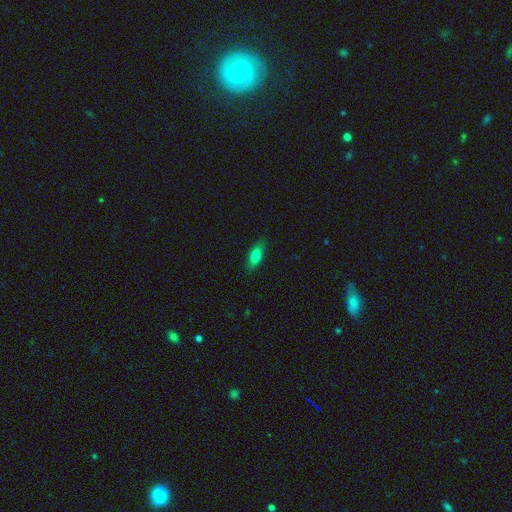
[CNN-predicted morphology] smooth_or_featured: smooth (p=0.76) [alt: featured or disk p=0.16]
how_rounded: in between (p=0.73) [alt: cigar-shaped p=0.24]
merging: none (p=0.84) [alt: minor disturbance p=0.12]